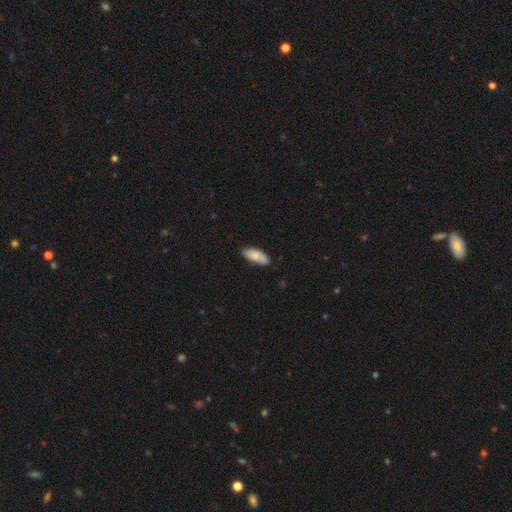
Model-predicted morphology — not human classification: Smooth or featured? Predicted: smooth (p=0.78). How rounded? Predicted: in between (p=0.80). Merging? Predicted: none (p=0.70).